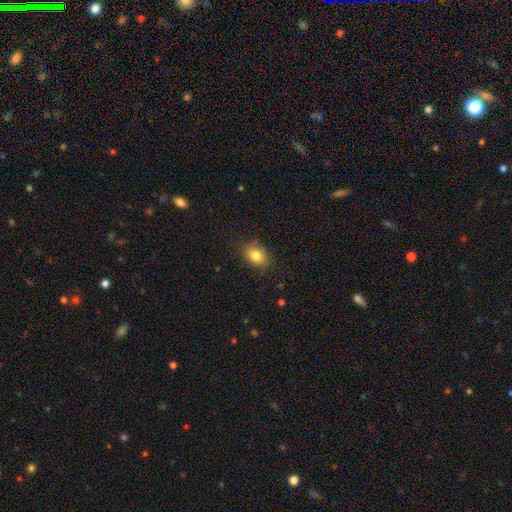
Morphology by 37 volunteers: Volunteers were most divided on "merging": none: 74%, minor disturbance: 20%, major disturbance: 6%, merger: 0%. More confident: smooth or featured — smooth (81%); how rounded — in between (80%).